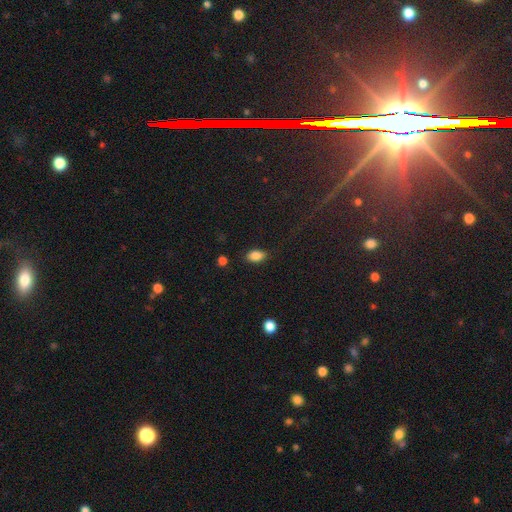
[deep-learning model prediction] Smooth or featured? Predicted: smooth (p=0.87). How rounded? Predicted: in between (p=0.90). Merging? Predicted: none (p=0.82).